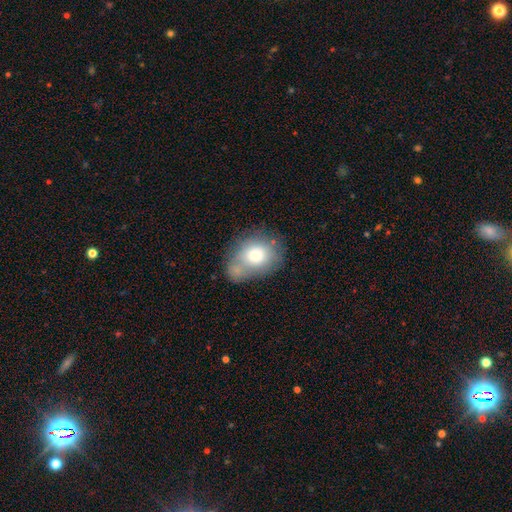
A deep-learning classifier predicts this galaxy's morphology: Overall: smooth (73%). How rounded: in between (59%; round 40%). Merging: none (45%; minor disturbance 22%).